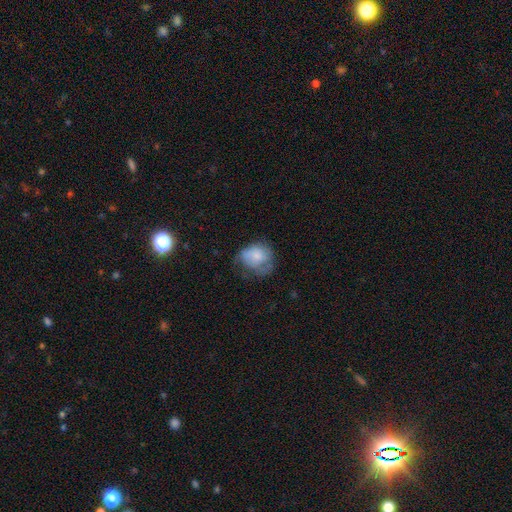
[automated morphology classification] smooth-or-featured: smooth: 68% | featured or disk: 24% | star or artifact: 8%
  how-rounded: round: 57% | in between: 42% | cigar-shaped: 1%
  merging: none: 36% | minor disturbance: 34% | major disturbance: 28% | merger: 2%